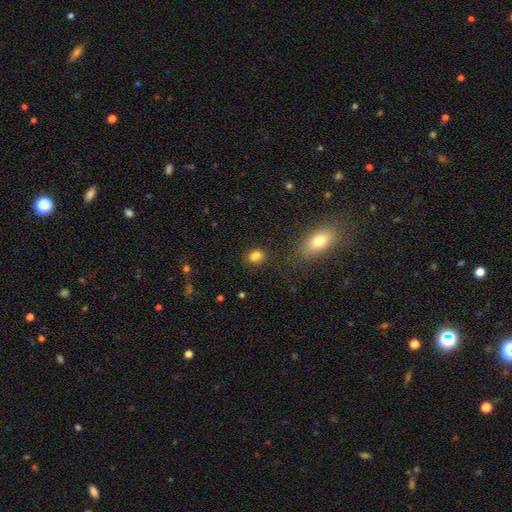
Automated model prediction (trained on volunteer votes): smooth 82%, star or artifact 12%, featured or disk 6%. Down the decision tree: how rounded — in between (67%); merging — none (76%).